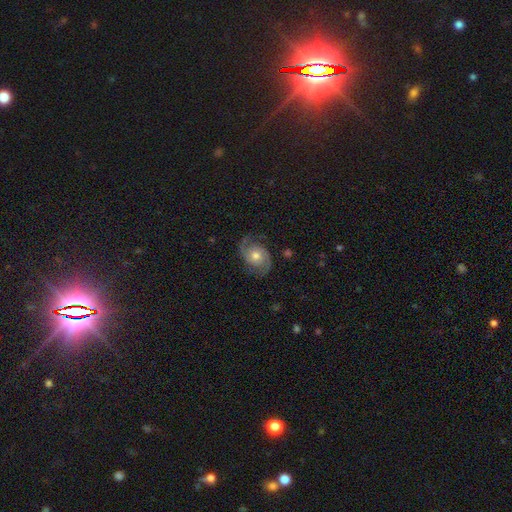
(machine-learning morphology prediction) smooth_or_featured: featured or disk (p=0.85) [alt: smooth p=0.09]
disk_edge_on: no (p=0.97) [alt: yes p=0.03]
bar: no (p=0.76) [alt: weak p=0.20]
has_spiral_arms: yes (p=0.96) [alt: no p=0.04]
spiral_winding: medium (p=0.49) [alt: tight p=0.31]
spiral_arm_count: 2 (p=0.92) [alt: can't tell p=0.03]
bulge_size: moderate (p=0.72) [alt: small p=0.20]
merging: none (p=0.79) [alt: minor disturbance p=0.14]